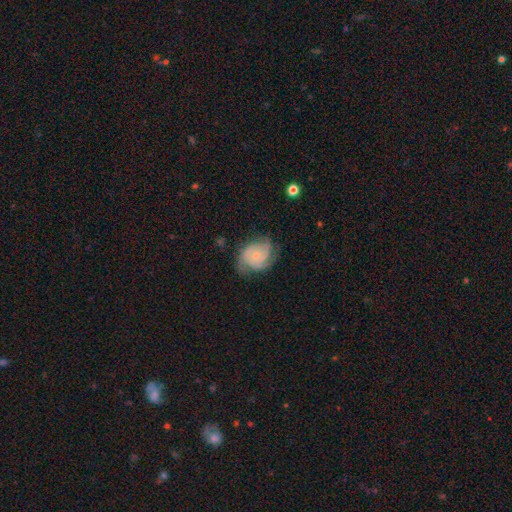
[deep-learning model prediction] Overall: featured or disk (75%). Edge-on disk: no (98%). Bar: no (76%). Spiral arms: yes (94%). Spiral arm count: 2 (32%, tied with 3). Spiral winding: tight (50%; medium 39%). Bulge size: small (72%). Merging: none (62%; minor disturbance 25%).